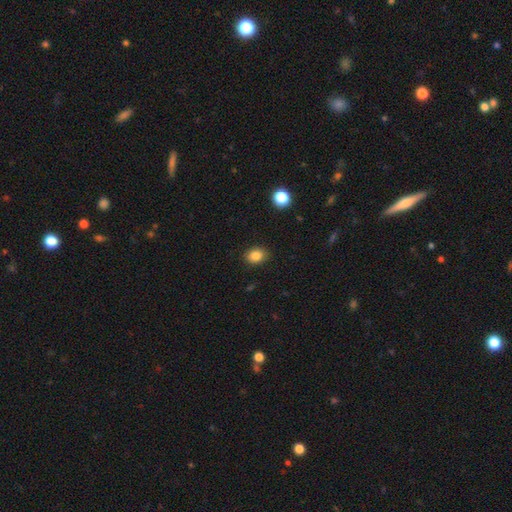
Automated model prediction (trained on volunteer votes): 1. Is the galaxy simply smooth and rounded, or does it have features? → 84% smooth, 11% star or artifact, 5% featured or disk.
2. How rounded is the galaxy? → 51% in between, 48% round, 1% cigar-shaped.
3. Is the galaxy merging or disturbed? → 88% none, 9% minor disturbance, 2% major disturbance, 1% merger.